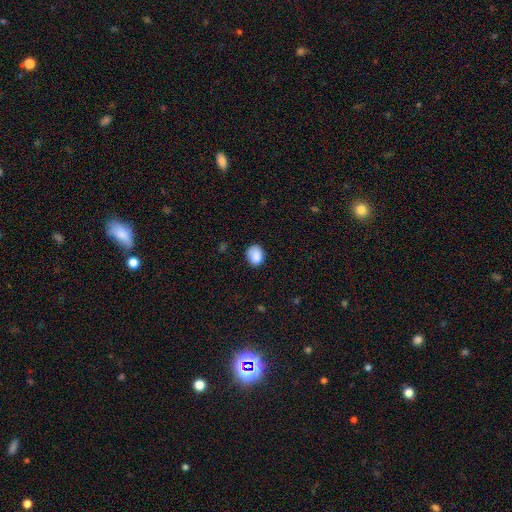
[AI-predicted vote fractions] Smooth or featured: smooth — 87% (star or artifact — 8%)
How rounded: in between — 50% (round — 49%)
Merging: none — 76% (minor disturbance — 19%)